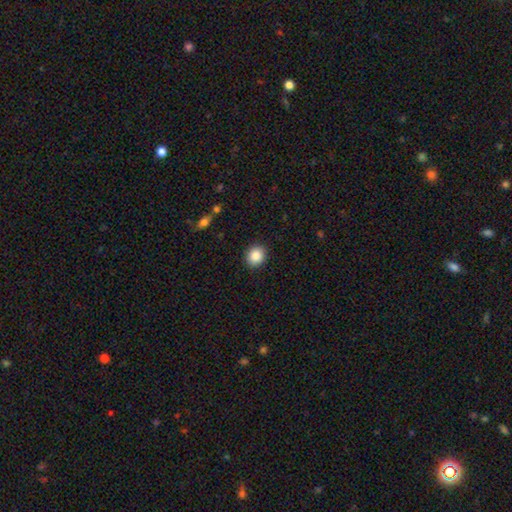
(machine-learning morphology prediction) smooth-or-featured: smooth: 87% | star or artifact: 9% | featured or disk: 4%
  how-rounded: round: 71% | in between: 28% | cigar-shaped: 1%
  merging: none: 90% | minor disturbance: 7% | major disturbance: 2% | merger: 1%